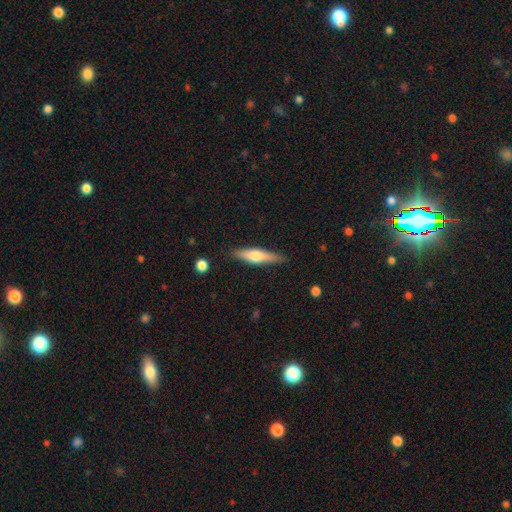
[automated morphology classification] This appears to be a smooth galaxy with no disk features (50%) that is cigar-shaped (74%). Merging: none (86%).